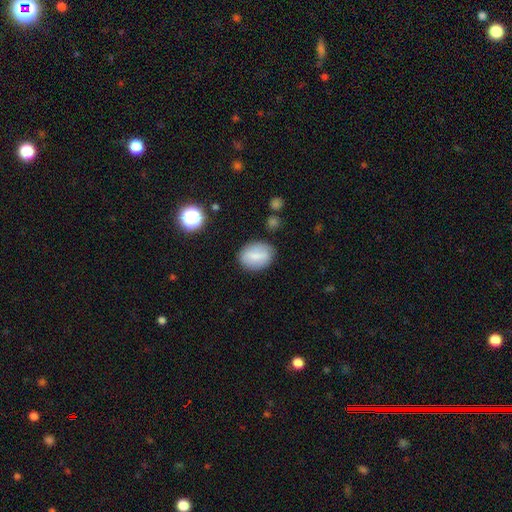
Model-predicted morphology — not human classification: Smooth or featured: smooth — 75% (featured or disk — 17%)
How rounded: in between — 77% (round — 21%)
Merging: none — 80% (minor disturbance — 14%)